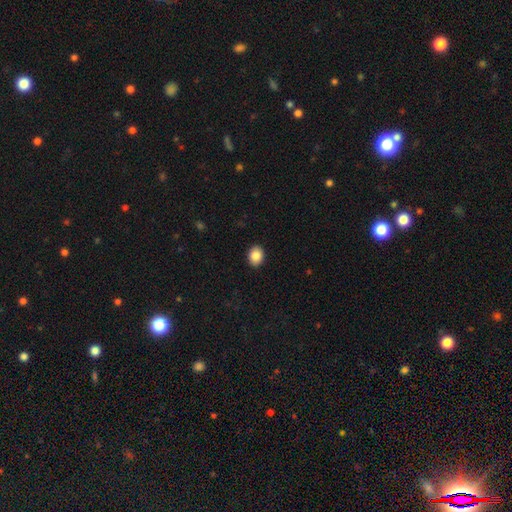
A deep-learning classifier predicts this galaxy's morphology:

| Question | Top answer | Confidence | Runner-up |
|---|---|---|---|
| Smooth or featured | smooth | 87% | star or artifact (8%) |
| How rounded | in between | 55% | round (44%) |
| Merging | none | 91% | minor disturbance (6%) |